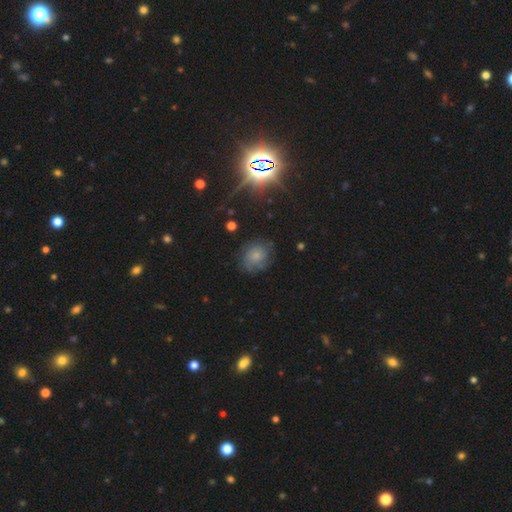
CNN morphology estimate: This is possibly a smooth galaxy (59%). How rounded: likely round (63%). Merging: likely none (69%).